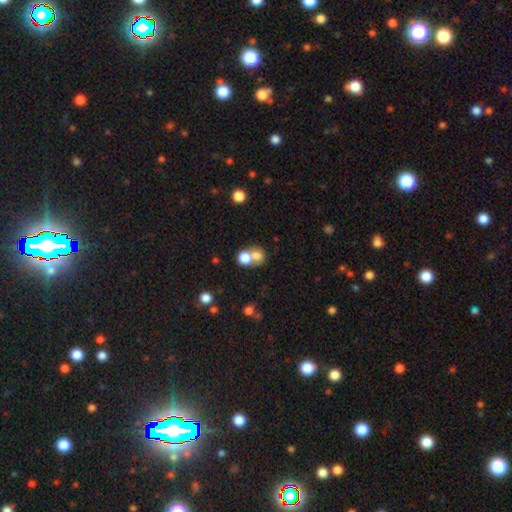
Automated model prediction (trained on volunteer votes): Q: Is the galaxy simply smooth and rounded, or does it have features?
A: smooth — 75%.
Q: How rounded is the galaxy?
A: round — 70%.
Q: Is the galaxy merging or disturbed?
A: merger — 58%.